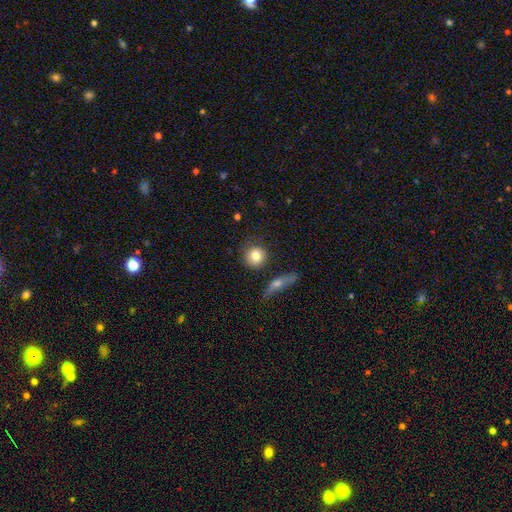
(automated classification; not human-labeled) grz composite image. It shows a smooth galaxy with no disk features (81%) that is round (88%). Merging: none (81%).